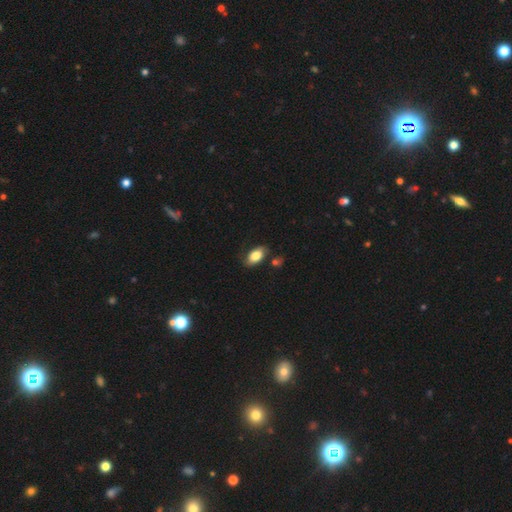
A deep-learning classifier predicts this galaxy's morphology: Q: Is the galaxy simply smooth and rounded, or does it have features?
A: smooth — 76%.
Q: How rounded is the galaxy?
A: in between — 91%.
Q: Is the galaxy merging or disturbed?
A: none — 68%.